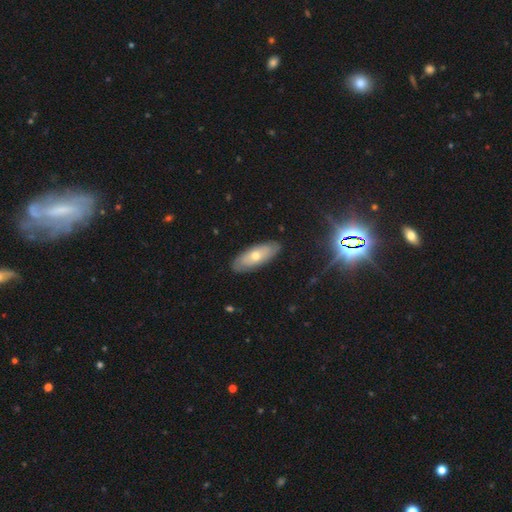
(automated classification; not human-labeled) This is possibly a smooth galaxy (50%). Merging: clearly none (86%).